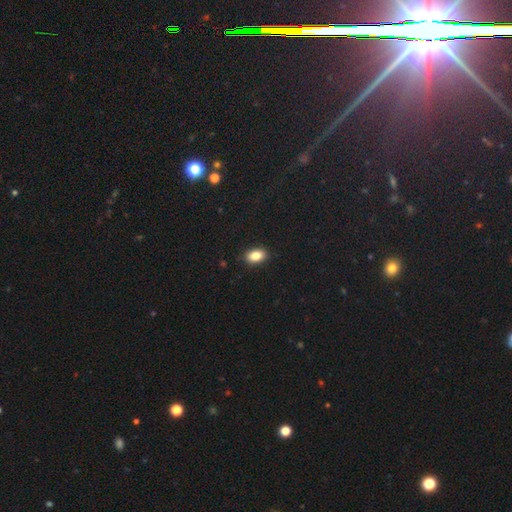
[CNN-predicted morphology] type=smooth (85%); roundness=in between (86%); merging=none (89%).